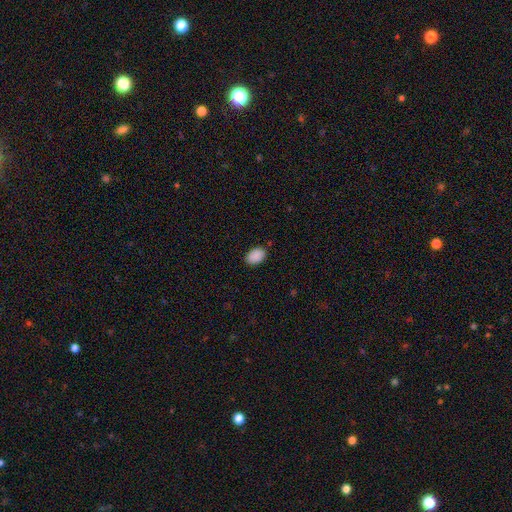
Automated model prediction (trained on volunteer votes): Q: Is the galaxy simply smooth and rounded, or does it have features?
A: smooth — 90%.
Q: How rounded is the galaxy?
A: in between — 86%.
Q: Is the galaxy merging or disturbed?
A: none — 87%.